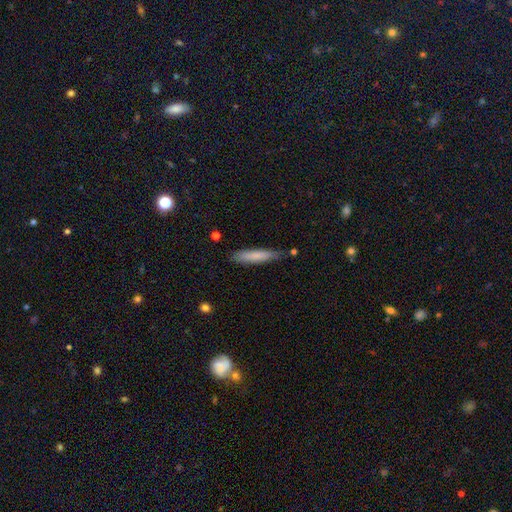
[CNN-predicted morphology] The model was most divided on "smooth or featured": smooth: 77%, featured or disk: 17%, star or artifact: 6%. More confident: how rounded — cigar-shaped (87%); merging — none (80%).